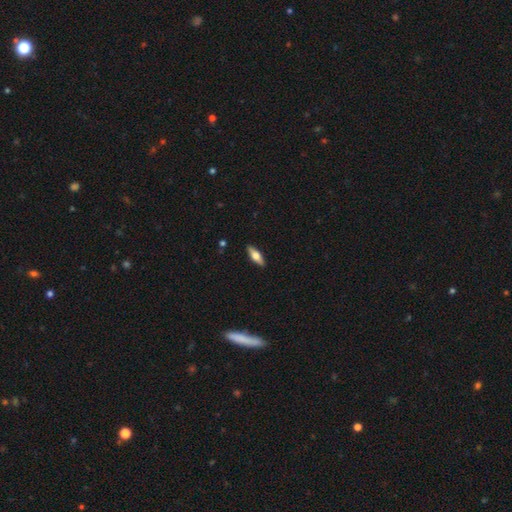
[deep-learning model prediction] smooth_or_featured: smooth (p=0.56) [alt: featured or disk p=0.38]
how_rounded: in between (p=0.58) [alt: cigar-shaped p=0.40]
merging: none (p=0.90) [alt: minor disturbance p=0.07]